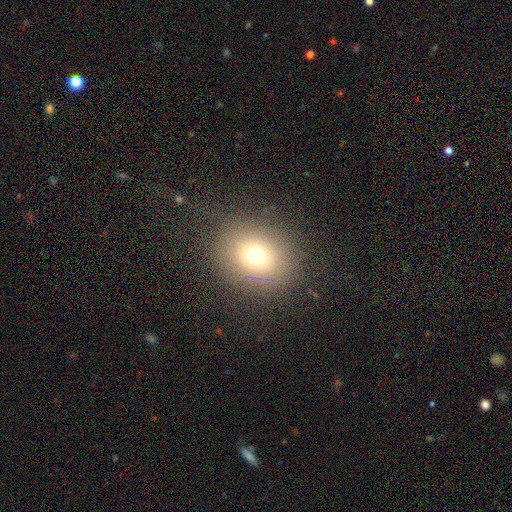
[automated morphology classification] The model was most divided on "how rounded": round: 65%, in between: 34%, cigar-shaped: 1%. More confident: merging — none (78%); smooth or featured — smooth (69%).